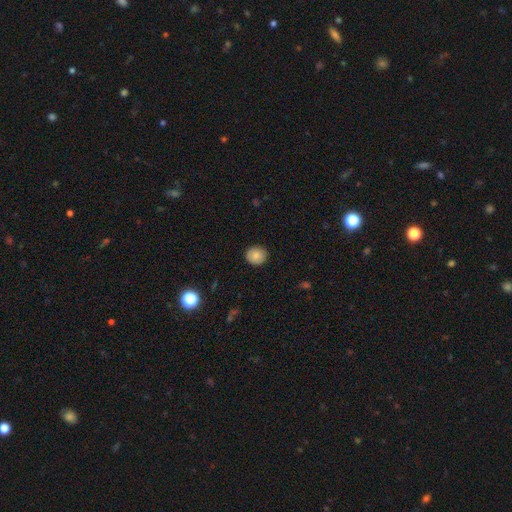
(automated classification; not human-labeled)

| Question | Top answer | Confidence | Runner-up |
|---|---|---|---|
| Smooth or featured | smooth | 81% | featured or disk (10%) |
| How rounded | round | 86% | in between (13%) |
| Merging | none | 87% | minor disturbance (10%) |